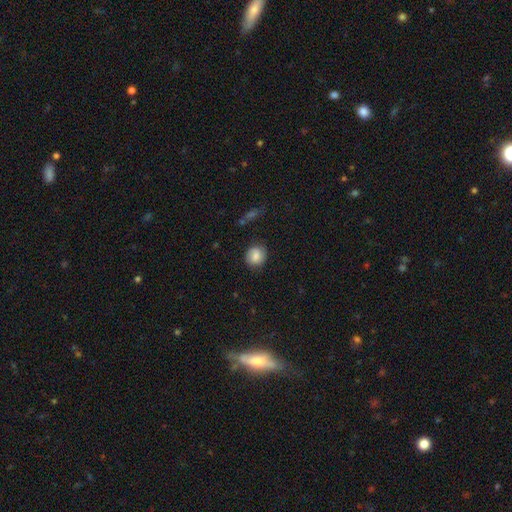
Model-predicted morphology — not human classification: smooth 79%, featured or disk 13%, star or artifact 8%. Down the decision tree: how rounded — round (79%); merging — none (82%).